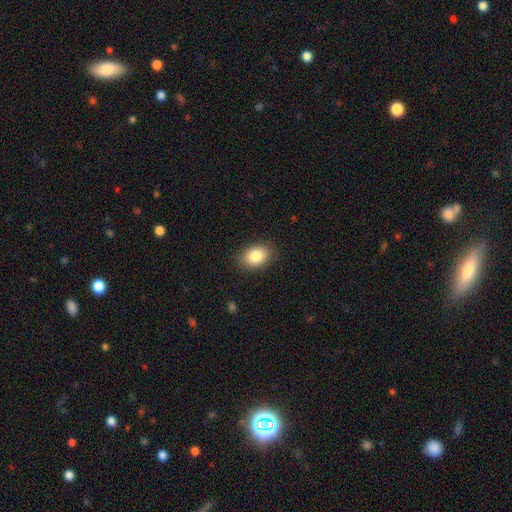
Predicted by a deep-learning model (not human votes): Overall: smooth (84%). How rounded: in between (78%). Merging: none (87%).